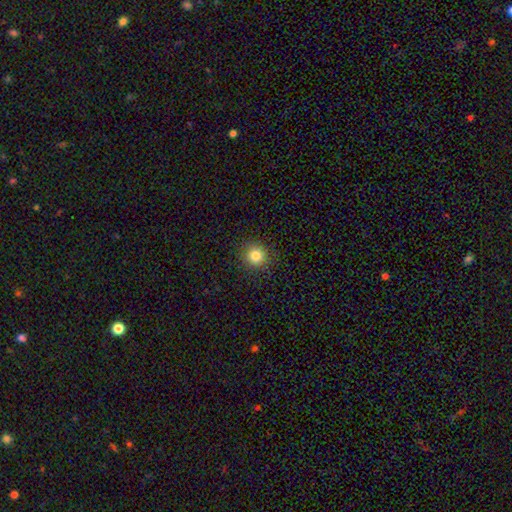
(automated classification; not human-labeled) A smooth galaxy with no disk features (83%) that is round (92%). Merging: none (91%).